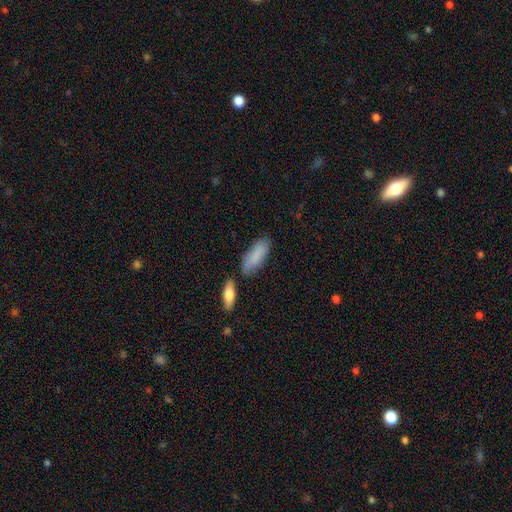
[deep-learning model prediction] This appears to be a smooth galaxy with no disk features (83%) that is in between round and cigar-shaped (67%). Merging: none (71%).